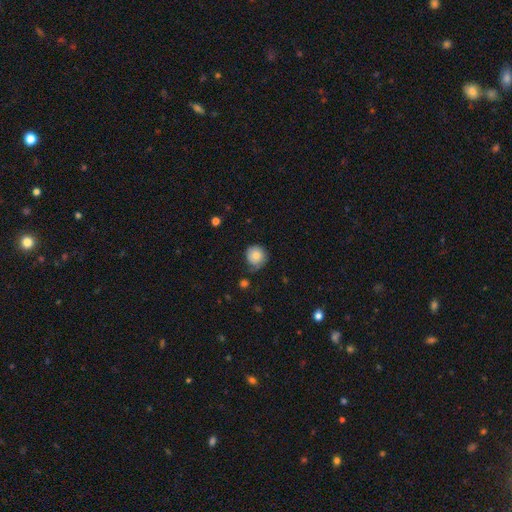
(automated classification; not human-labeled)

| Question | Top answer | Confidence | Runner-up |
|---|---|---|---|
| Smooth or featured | smooth | 73% | featured or disk (19%) |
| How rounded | round | 91% | in between (8%) |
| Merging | none | 63% | minor disturbance (26%) |